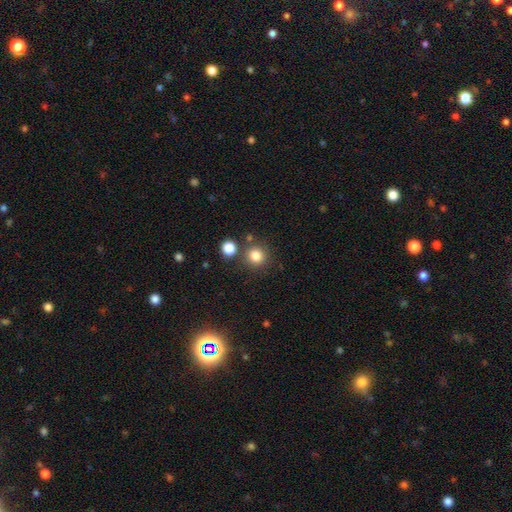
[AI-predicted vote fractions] A smooth galaxy with no disk features (83%) that is round (90%). Merging: none (79%).